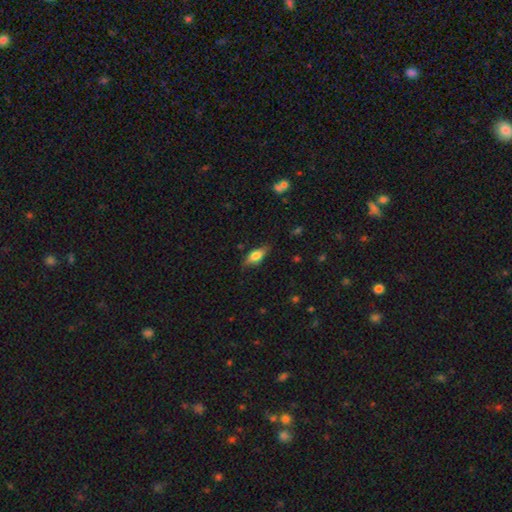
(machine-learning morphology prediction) type=smooth (65%); roundness=in between (71%); merging=none (79%).